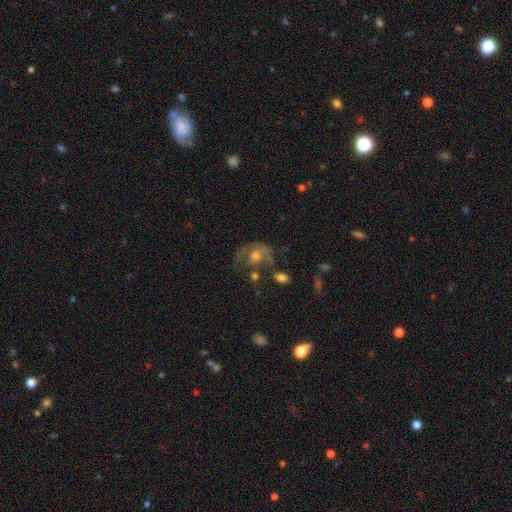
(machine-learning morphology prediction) Smooth or featured? featured or disk (51%)
Edge-on disk? no (96%)
Merging? none (34%)